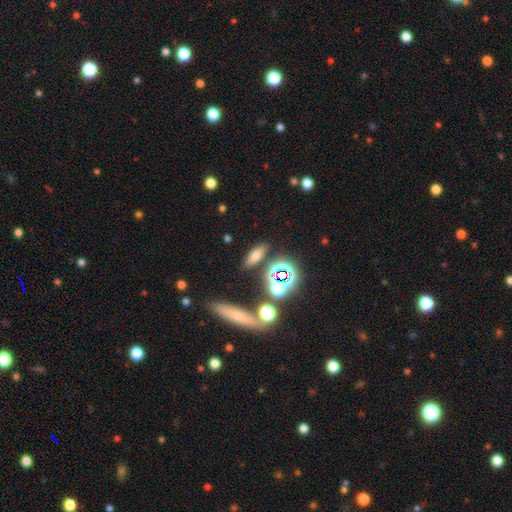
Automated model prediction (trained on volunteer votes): smooth-or-featured: smooth: 64% | star or artifact: 21% | featured or disk: 15%
  how-rounded: in between: 50% | cigar-shaped: 41% | round: 9%
  merging: none: 83% | minor disturbance: 9% | merger: 5% | major disturbance: 3%